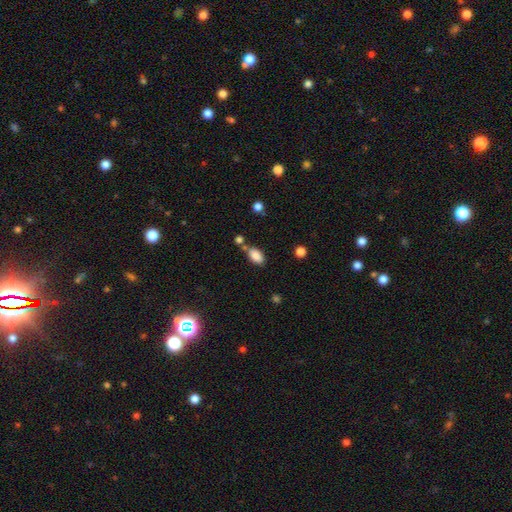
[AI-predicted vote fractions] smooth-or-featured: smooth: 86% | star or artifact: 8% | featured or disk: 6%
  how-rounded: in between: 92% | round: 5% | cigar-shaped: 3%
  merging: none: 66% | merger: 15% | minor disturbance: 15% | major disturbance: 4%